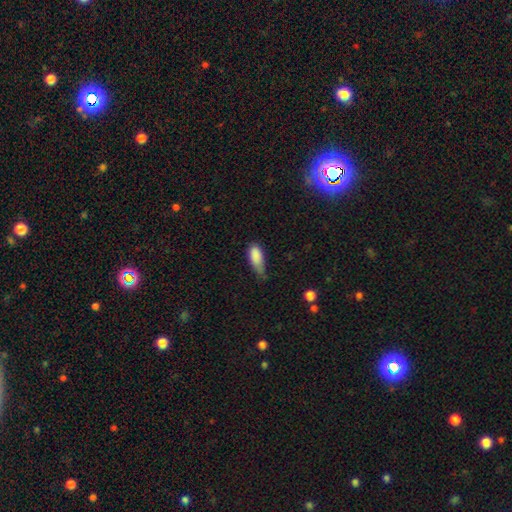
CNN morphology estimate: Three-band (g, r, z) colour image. It shows a smooth galaxy with no disk features (86%) that is in between round and cigar-shaped (84%). Merging: minor disturbance (51%).